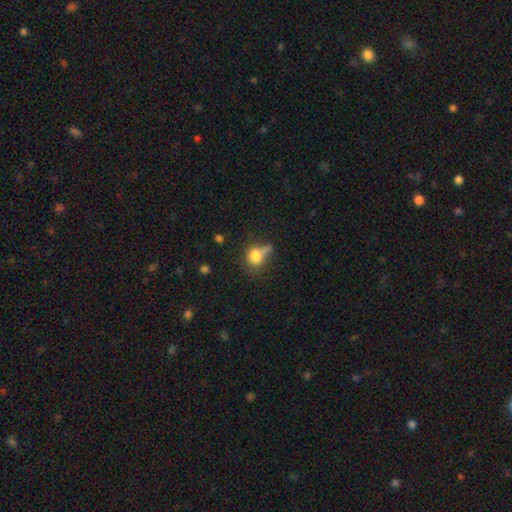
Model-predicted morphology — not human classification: smooth_or_featured: smooth (p=0.78) [alt: featured or disk p=0.11]
how_rounded: round (p=0.69) [alt: in between p=0.29]
merging: none (p=0.41) [alt: merger p=0.23]